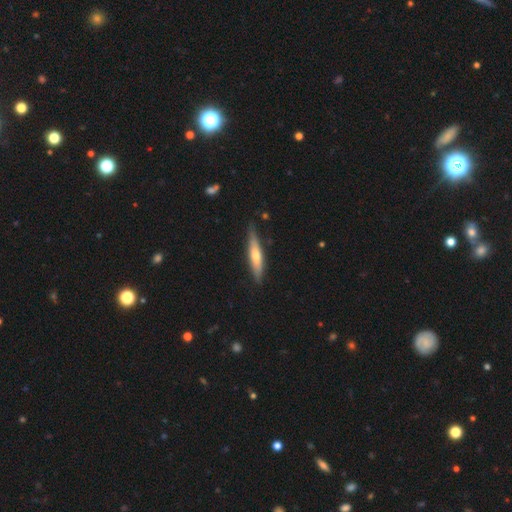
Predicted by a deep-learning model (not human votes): smooth_or_featured: smooth (p=0.49) [alt: featured or disk p=0.45]
merging: none (p=0.80) [alt: minor disturbance p=0.16]